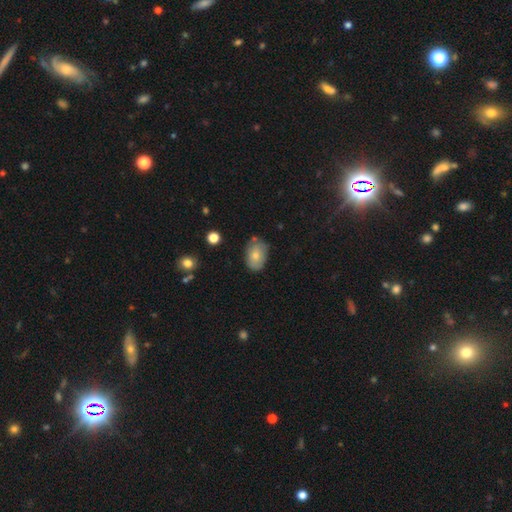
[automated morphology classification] smooth-or-featured: smooth: 74% | featured or disk: 19% | star or artifact: 7%
  how-rounded: in between: 84% | round: 14% | cigar-shaped: 1%
  merging: none: 71% | minor disturbance: 22% | major disturbance: 4% | merger: 3%